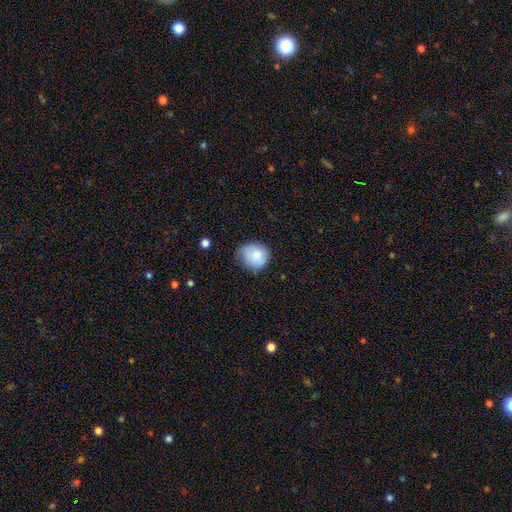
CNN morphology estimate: This appears to be a smooth galaxy with no disk features (83%) that is round (78%). Merging: none (59%).